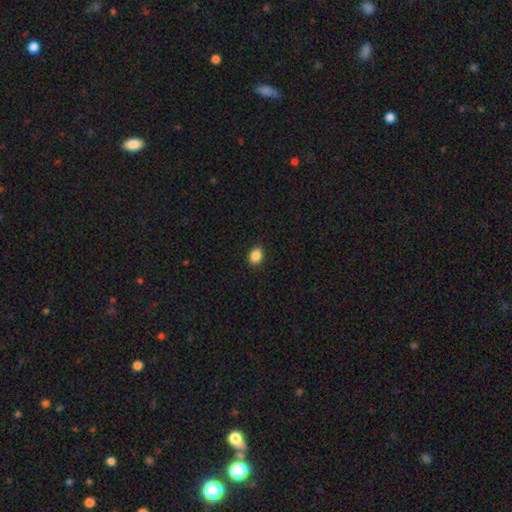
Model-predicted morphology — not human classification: Smooth or featured?
  - smooth: 88% *
  - star or artifact: 9%
  - featured or disk: 3%
How rounded?
  - in between: 67% *
  - round: 32%
  - cigar-shaped: 1%
Merging?
  - none: 90% *
  - minor disturbance: 7%
  - major disturbance: 2%
  - merger: 1%